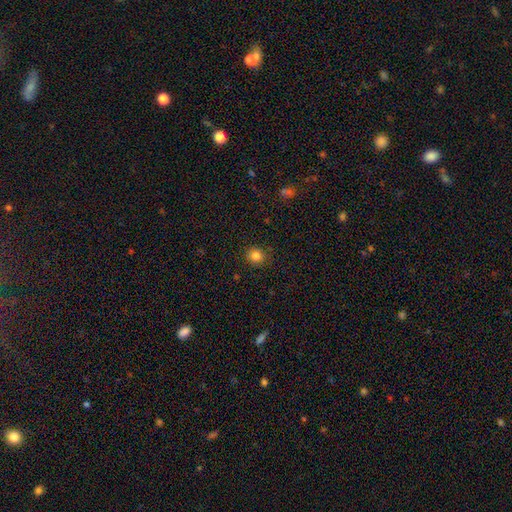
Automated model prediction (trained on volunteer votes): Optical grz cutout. It shows a smooth galaxy with no disk features (84%) that is round (87%). Merging: none (89%).